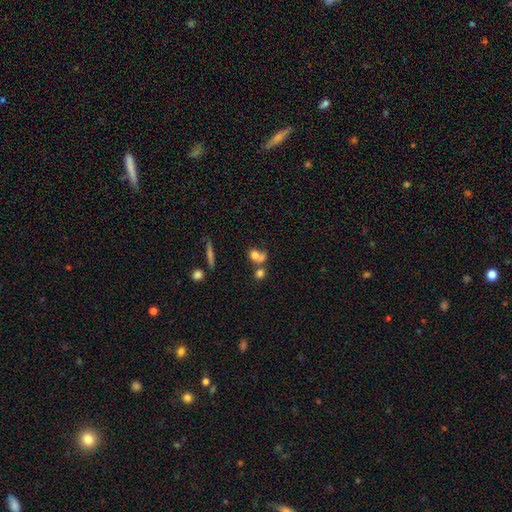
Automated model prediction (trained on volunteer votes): This is likely a smooth galaxy (69%). How rounded: possibly round (56%). Merging: possibly merger (53%).